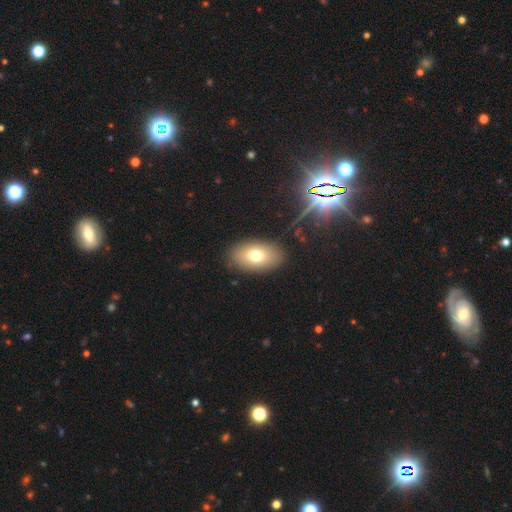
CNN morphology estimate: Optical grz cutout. It shows a smooth galaxy with no disk features (71%) that is in between round and cigar-shaped (91%). Merging: none (87%).